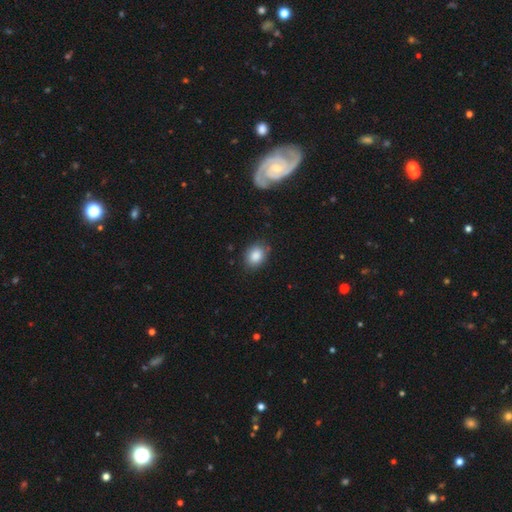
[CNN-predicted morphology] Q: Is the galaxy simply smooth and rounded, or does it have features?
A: smooth — 86%.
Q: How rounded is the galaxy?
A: in between — 61%.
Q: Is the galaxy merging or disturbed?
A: none — 82%.